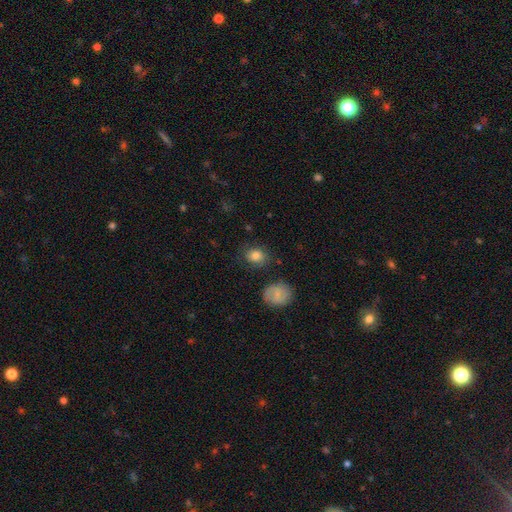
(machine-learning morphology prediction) smooth 77%, featured or disk 14%, star or artifact 9%. Down the decision tree: how rounded — round (56%); merging — none (76%).